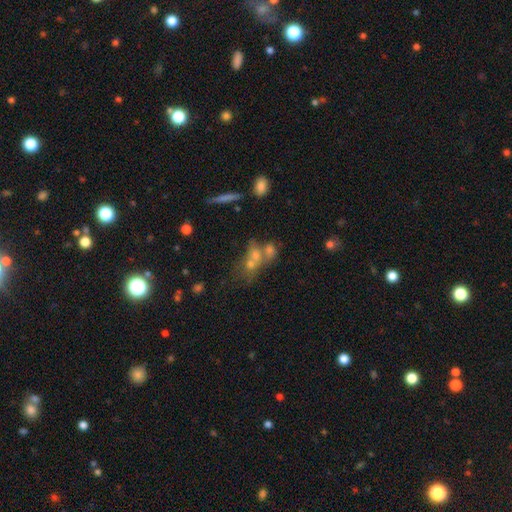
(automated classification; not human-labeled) Smooth or featured?
  - smooth: 40% *
  - featured or disk: 30%
  - star or artifact: 30%
Merging?
  - merger: 49% *
  - none: 34%
  - minor disturbance: 9%
  - major disturbance: 8%